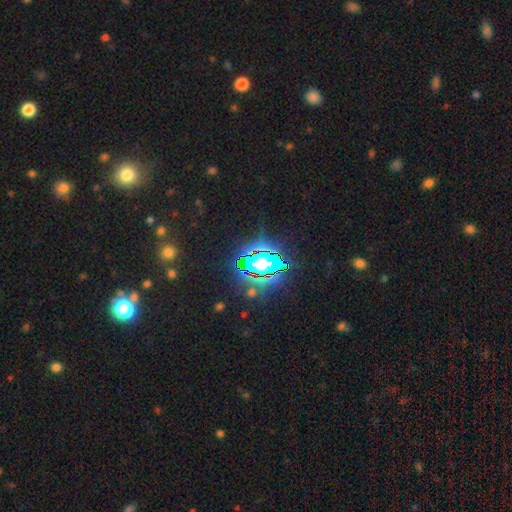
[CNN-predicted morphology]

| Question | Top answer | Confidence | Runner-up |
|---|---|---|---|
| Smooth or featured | star or artifact | 81% | smooth (11%) |